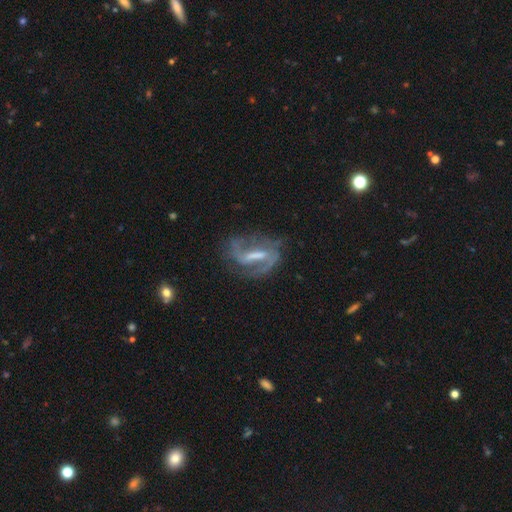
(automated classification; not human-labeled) Overall: featured or disk (85%). Edge-on disk: no (95%). Bar: strong (55%; weak 36%). Spiral arms: yes (92%). Spiral arm count: 2 (82%). Spiral winding: medium (49%; loose 32%). Bulge size: moderate (33%; small 31%). Merging: none (62%).